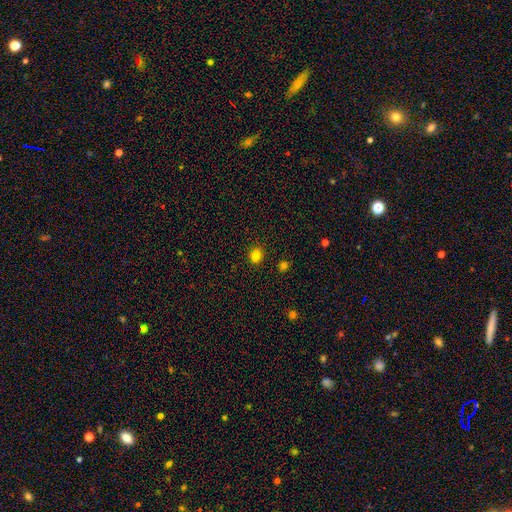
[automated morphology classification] Smooth or featured? Predicted: smooth (p=0.81). How rounded? Predicted: round (p=0.59). Merging? Predicted: none (p=0.88).